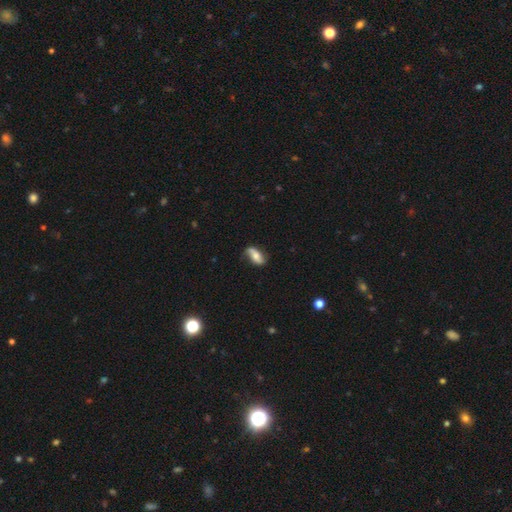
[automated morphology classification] Smooth or featured? Predicted: featured or disk (p=0.60). Edge-on disk? Predicted: no (p=0.91). Bar? Predicted: no (p=0.51). Spiral arms? Predicted: yes (p=0.87). Bulge size? Predicted: moderate (p=0.55). Merging? Predicted: none (p=0.64).